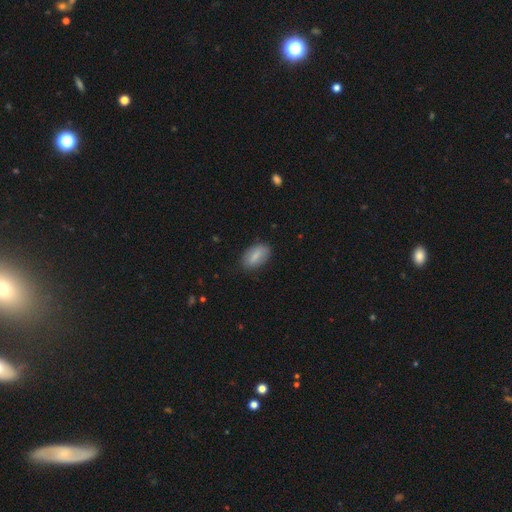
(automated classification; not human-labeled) smooth 80%, featured or disk 13%, star or artifact 7%. Down the decision tree: how rounded — in between (90%); merging — none (81%).